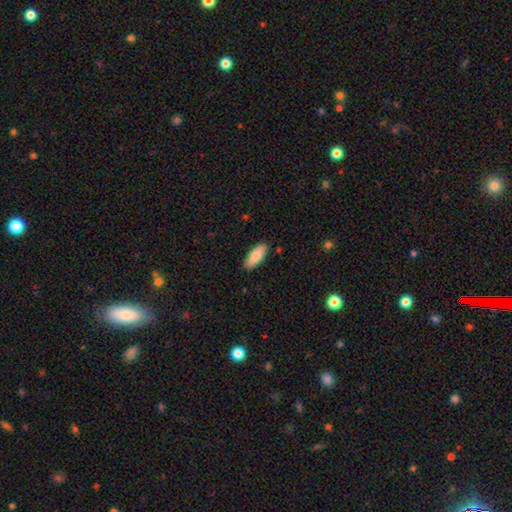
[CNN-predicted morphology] Overall: smooth (86%). How rounded: in between (78%). Merging: none (88%).